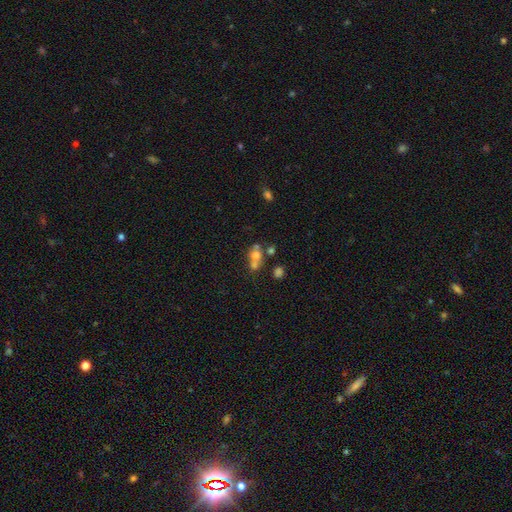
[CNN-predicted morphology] This is likely a smooth galaxy (62%). How rounded: likely round (72%). Merging: possibly merger (54%).